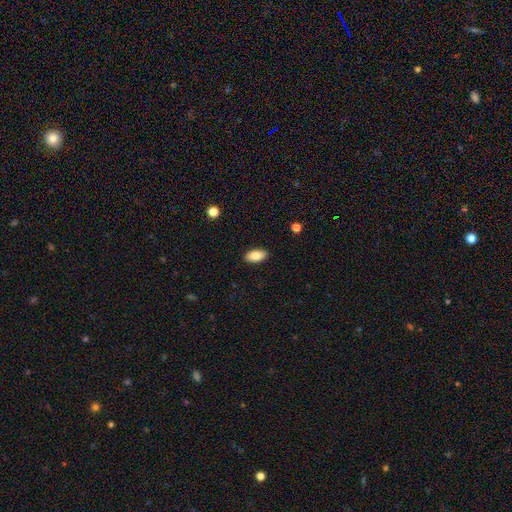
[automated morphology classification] Overall: smooth (87%). How rounded: in between (92%). Merging: none (89%).